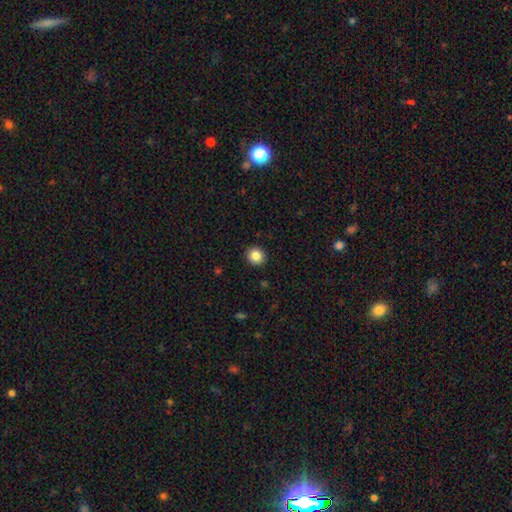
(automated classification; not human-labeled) smooth-or-featured: smooth: 85% | star or artifact: 10% | featured or disk: 5%
  how-rounded: round: 89% | in between: 10% | cigar-shaped: 1%
  merging: none: 92% | minor disturbance: 5% | major disturbance: 2% | merger: 1%